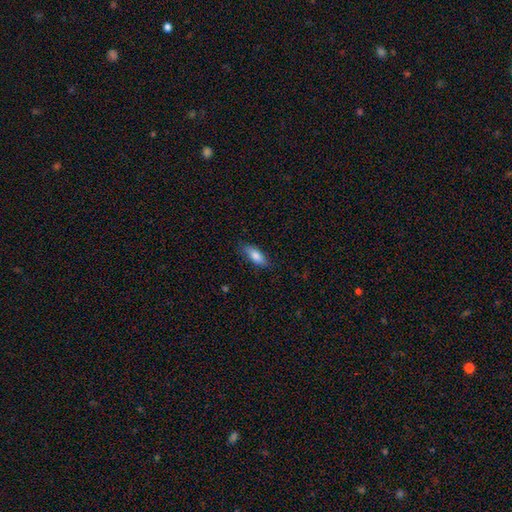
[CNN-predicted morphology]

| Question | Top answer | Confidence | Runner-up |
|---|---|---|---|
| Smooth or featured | smooth | 81% | featured or disk (12%) |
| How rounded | in between | 73% | cigar-shaped (24%) |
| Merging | none | 82% | minor disturbance (14%) |